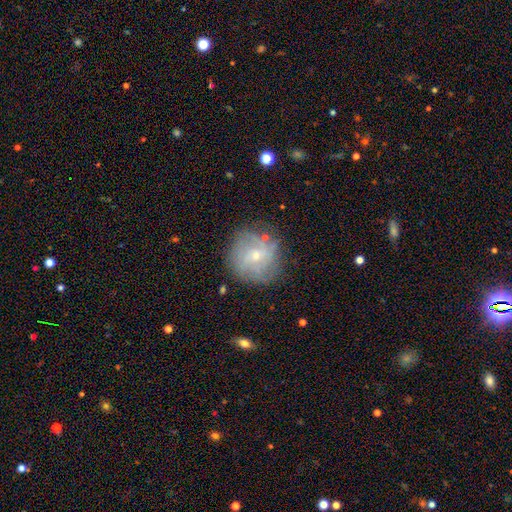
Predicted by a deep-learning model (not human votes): A featured or disk galaxy (53%) with no bar (65%), spiral arms (63%) and a small central bulge (70%).

Vote fractions:
- Smooth or featured? featured or disk: 53% / smooth: 37% / star or artifact: 10%
- Edge-on disk? no: 96% / yes: 4%
- Bar? no: 65% / weak: 30% / strong: 5%
- Spiral arms? yes: 63% / no: 37%
- Bulge size? small: 70% / moderate: 26% / none: 2% / large: 1% / dominant: 1%
- Merging? none: 74% / minor disturbance: 17% / major disturbance: 7% / merger: 2%